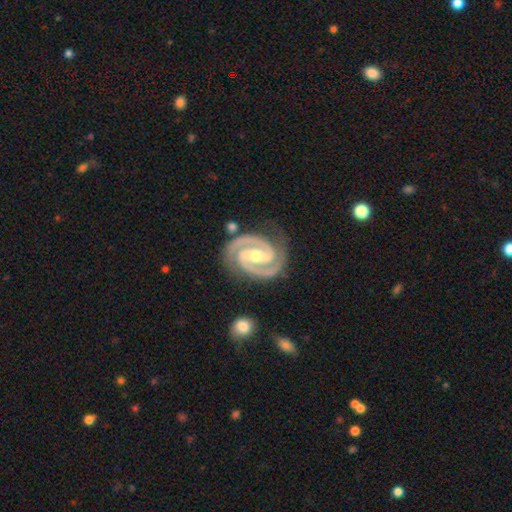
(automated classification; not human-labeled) A featured or disk galaxy (95%) with a strong bar (52%), 2 (94%) tight (65%) spiral arms (99%) and a moderate central bulge (62%). Merging: none (83%).